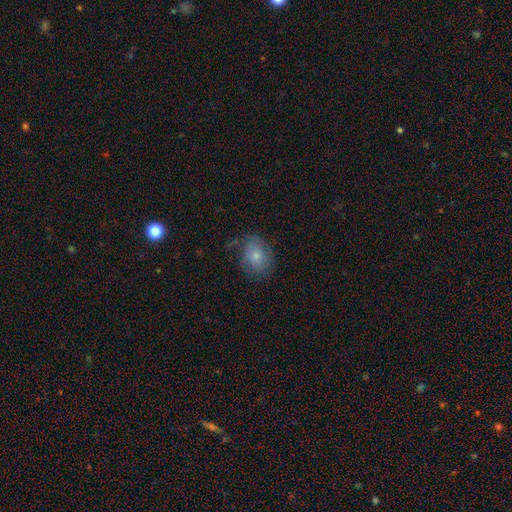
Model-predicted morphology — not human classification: smooth 68%, featured or disk 24%, star or artifact 8%. Down the decision tree: how rounded — in between (60%); merging — none (60%).